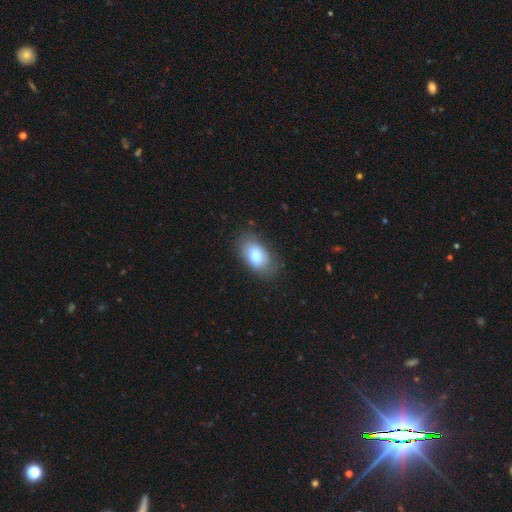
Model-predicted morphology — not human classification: A smooth galaxy with no disk features (82%) that is in between round and cigar-shaped (92%).

Vote fractions:
- Smooth or featured? smooth: 82% / featured or disk: 11% / star or artifact: 7%
- How rounded? in between: 92% / round: 6% / cigar-shaped: 2%
- Merging? none: 79% / minor disturbance: 16% / major disturbance: 5% / merger: 1%